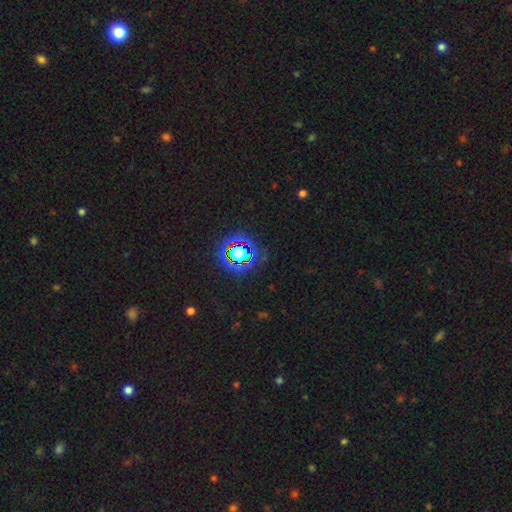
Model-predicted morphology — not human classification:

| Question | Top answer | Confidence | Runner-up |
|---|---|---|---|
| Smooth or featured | star or artifact | 78% | smooth (14%) |